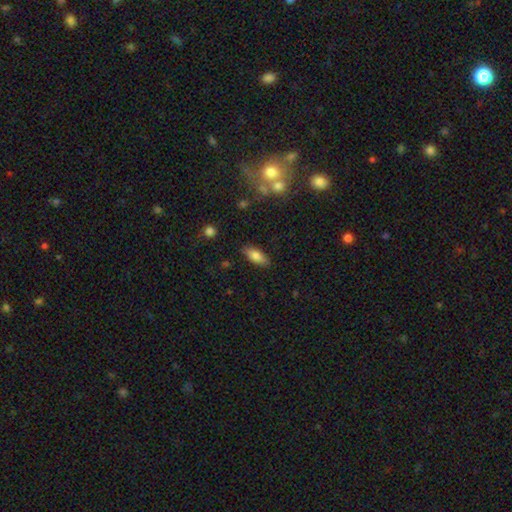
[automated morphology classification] Smooth or featured? Predicted: smooth (p=0.77). How rounded? Predicted: in between (p=0.79). Merging? Predicted: none (p=0.86).